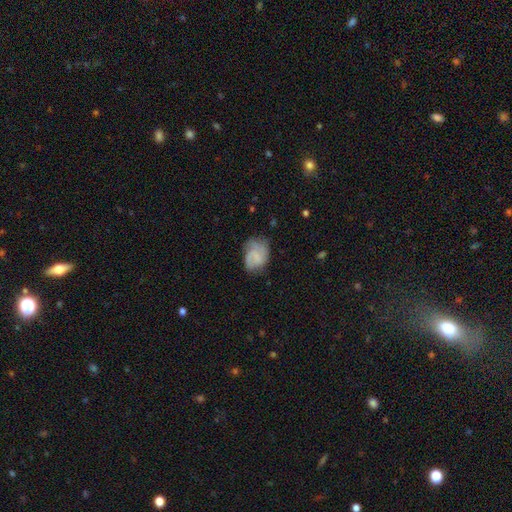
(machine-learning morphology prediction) A smooth galaxy with no disk features (50%).

Vote fractions:
- Smooth or featured? smooth: 50% / featured or disk: 41% / star or artifact: 9%
- Merging? none: 52% / minor disturbance: 30% / major disturbance: 16% / merger: 2%